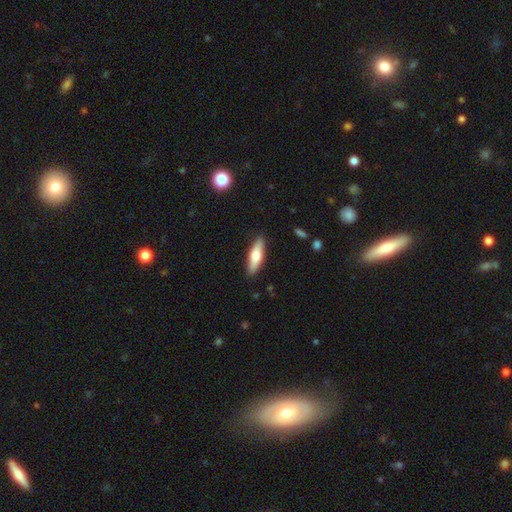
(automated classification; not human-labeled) smooth 63%, featured or disk 31%, star or artifact 6%. Down the decision tree: how rounded — cigar-shaped (57%); merging — none (89%).